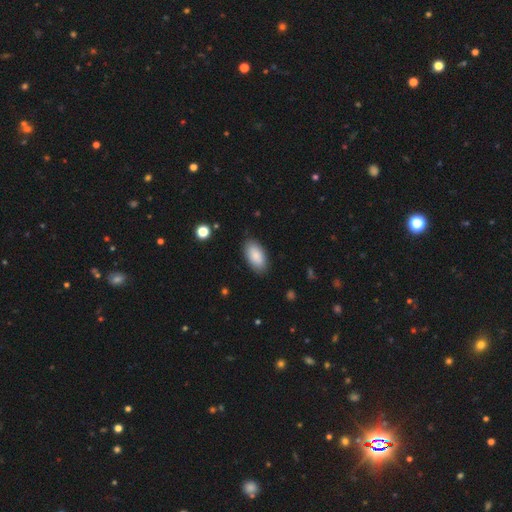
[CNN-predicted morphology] A smooth galaxy with no disk features (87%) that is in between round and cigar-shaped (94%).

Vote fractions:
- Smooth or featured? smooth: 87% / featured or disk: 7% / star or artifact: 6%
- How rounded? in between: 94% / cigar-shaped: 4% / round: 2%
- Merging? none: 86% / minor disturbance: 11% / major disturbance: 3% / merger: 1%